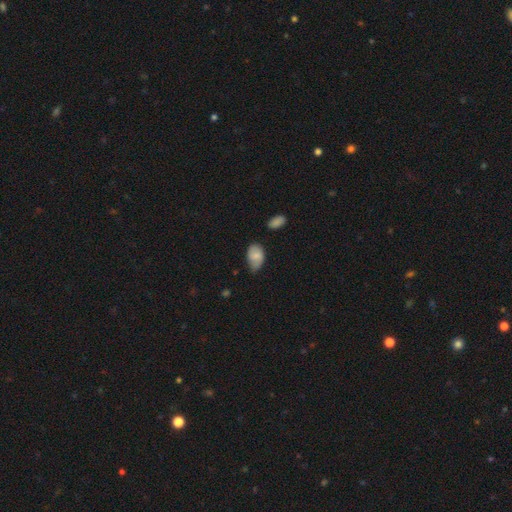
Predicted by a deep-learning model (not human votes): Smooth or featured? smooth (77%)
How rounded? in between (88%)
Merging? none (47%)